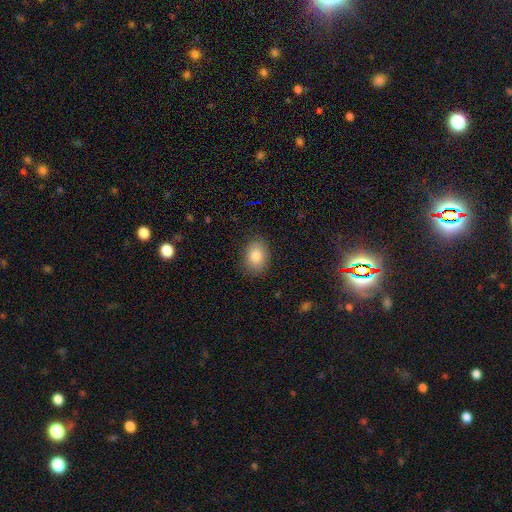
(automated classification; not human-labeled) This appears to be a smooth galaxy with no disk features (84%) that is in between round and cigar-shaped (69%). Merging: none (85%).